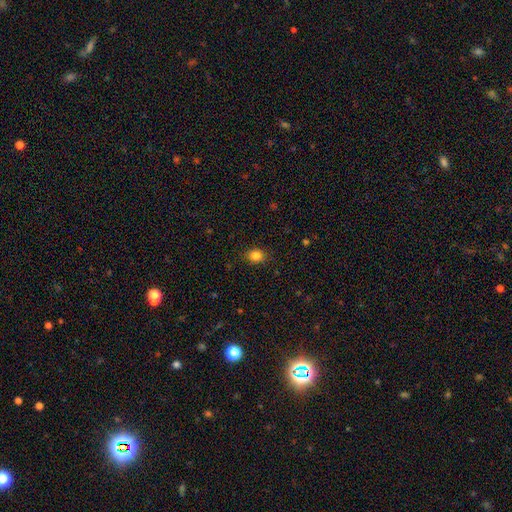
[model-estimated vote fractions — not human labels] Morphology: type=smooth (84%); roundness=round (59%); merging=none (87%).